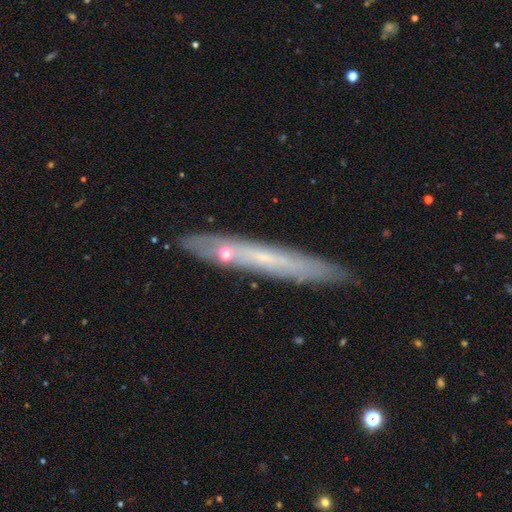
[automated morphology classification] smooth_or_featured: featured or disk (p=0.52) [alt: smooth p=0.40]
disk_edge_on: yes (p=0.74) [alt: no p=0.26]
merging: none (p=0.81) [alt: minor disturbance p=0.11]